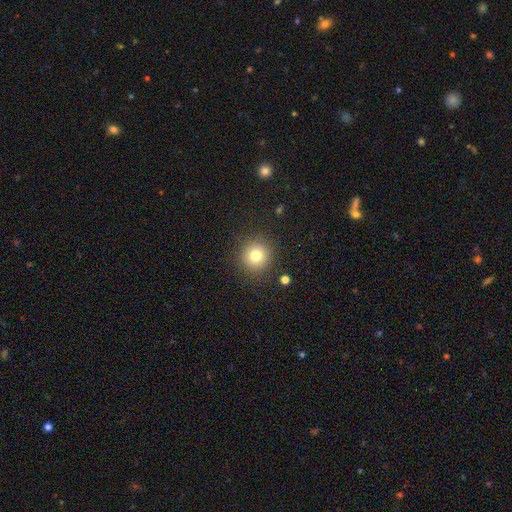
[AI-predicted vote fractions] Smooth or featured? Predicted: smooth (p=0.78). How rounded? Predicted: round (p=0.94). Merging? Predicted: none (p=0.89).